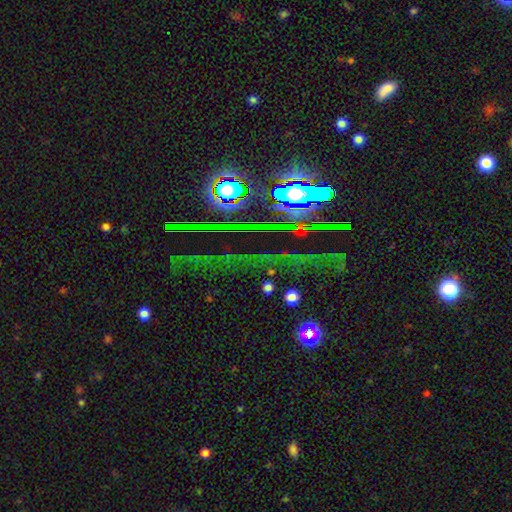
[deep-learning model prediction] smooth_or_featured: star or artifact (p=0.82) [alt: featured or disk p=0.09]